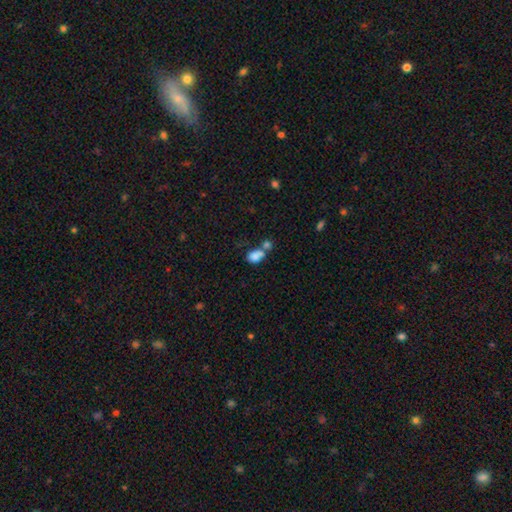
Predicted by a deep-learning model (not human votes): Smooth or featured? smooth (80%)
How rounded? in between (76%)
Merging? merger (55%)